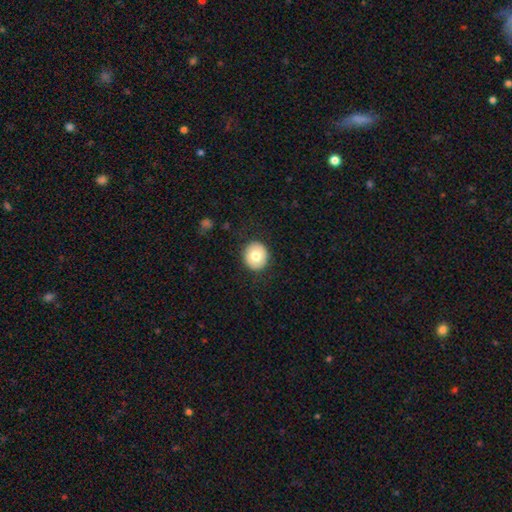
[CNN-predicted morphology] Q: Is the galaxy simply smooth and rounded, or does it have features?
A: smooth — 74%.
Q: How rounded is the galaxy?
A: round — 81%.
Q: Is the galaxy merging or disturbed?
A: none — 88%.